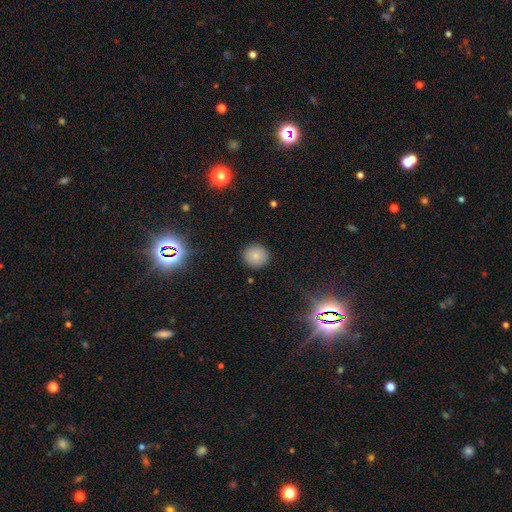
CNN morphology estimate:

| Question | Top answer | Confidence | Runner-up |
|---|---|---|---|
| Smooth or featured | smooth | 79% | star or artifact (13%) |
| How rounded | round | 91% | in between (8%) |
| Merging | none | 90% | minor disturbance (7%) |